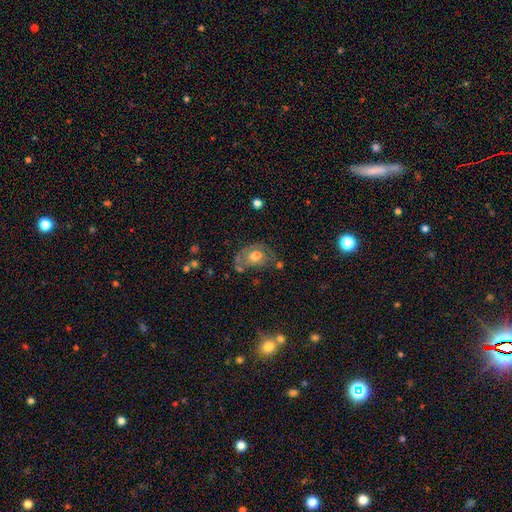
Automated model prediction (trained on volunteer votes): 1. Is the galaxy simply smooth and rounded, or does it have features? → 51% smooth, 40% featured or disk, 9% star or artifact.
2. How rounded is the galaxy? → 68% in between, 31% round, 1% cigar-shaped.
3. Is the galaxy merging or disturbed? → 44% none, 28% minor disturbance, 18% major disturbance, 9% merger.